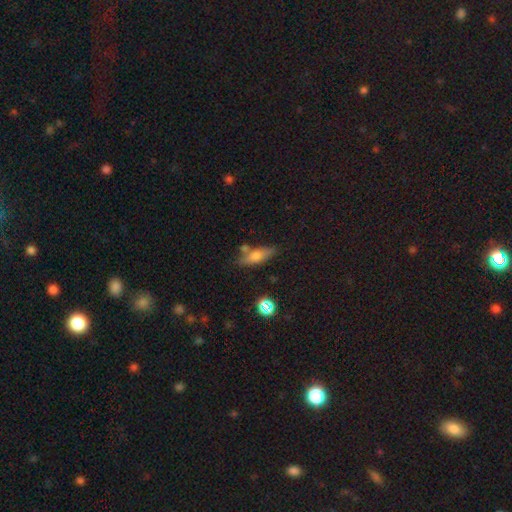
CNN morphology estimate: Overall: smooth (59%; featured or disk 31%). How rounded: in between (52%; cigar-shaped 44%). Merging: none (71%).